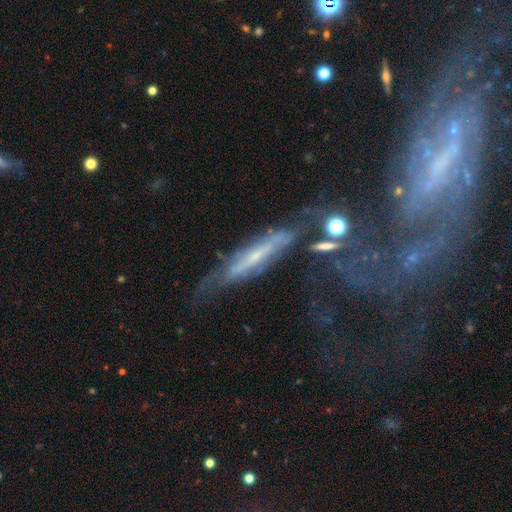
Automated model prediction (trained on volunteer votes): Smooth or featured? featured or disk (68%)
Edge-on disk? yes (60%)
Merging? none (51%)